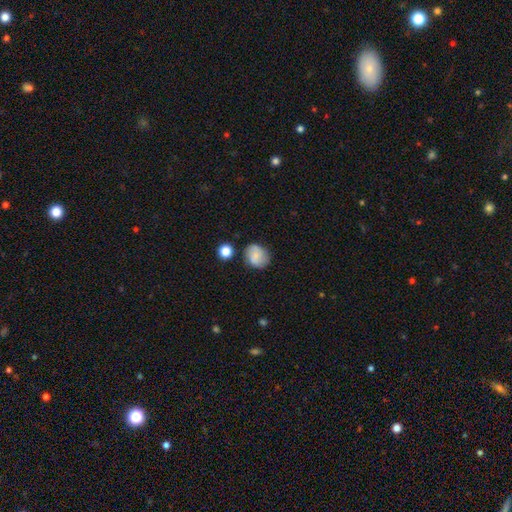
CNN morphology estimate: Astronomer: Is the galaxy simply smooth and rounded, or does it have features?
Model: smooth — 73%.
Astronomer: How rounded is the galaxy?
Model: round — 67%.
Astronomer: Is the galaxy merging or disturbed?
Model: none — 71%.